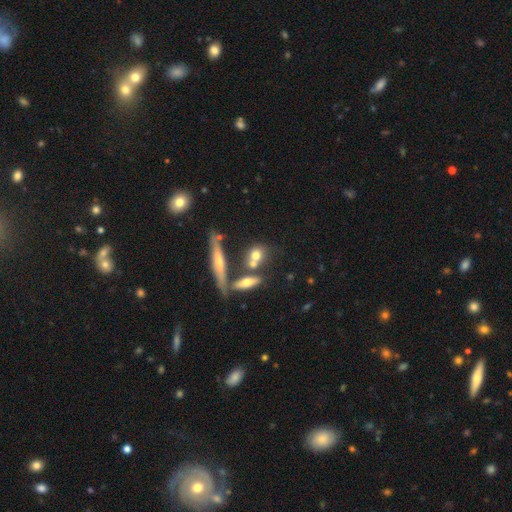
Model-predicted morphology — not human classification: This appears to be a smooth galaxy with no disk features (64%) that is round (45%). Merging: none (48%).